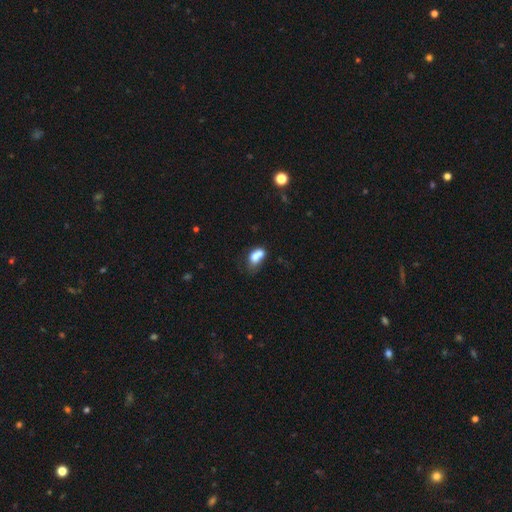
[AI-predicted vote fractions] A smooth galaxy with no disk features (73%) that is in between round and cigar-shaped (83%). Merging: merger (34%).